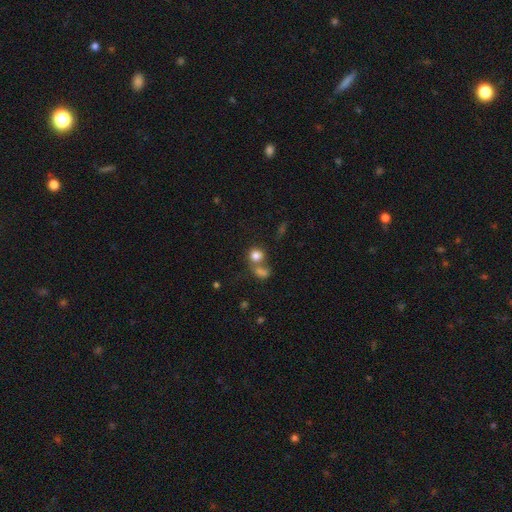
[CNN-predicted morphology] A smooth galaxy with no disk features (79%) that is round (78%). Merging: none (42%, tied with merger).